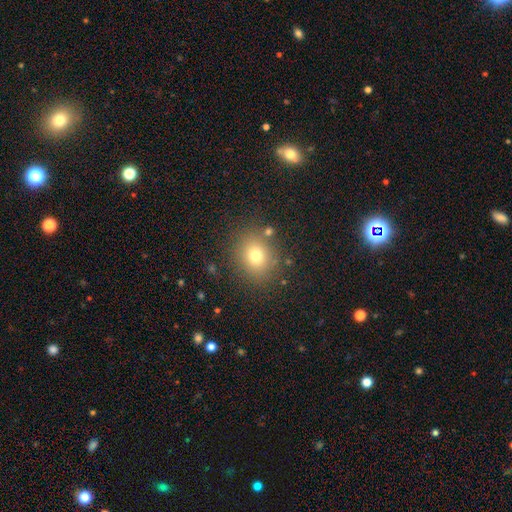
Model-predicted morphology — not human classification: Q: Smooth or featured?
A: smooth (74%); runner-up: star or artifact (15%)
Q: How rounded?
A: round (73%); runner-up: in between (26%)
Q: Merging?
A: none (82%); runner-up: minor disturbance (10%)